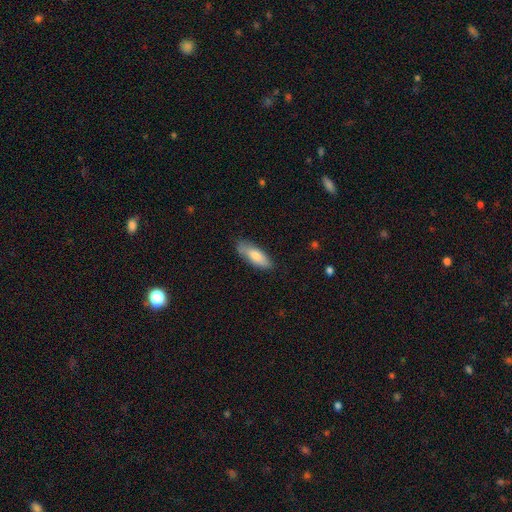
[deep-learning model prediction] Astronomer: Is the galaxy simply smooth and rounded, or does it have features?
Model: smooth — 73%.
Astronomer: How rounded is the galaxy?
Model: in between — 61% (runner-up: cigar-shaped, 37%).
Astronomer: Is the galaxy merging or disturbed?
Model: none — 81%.